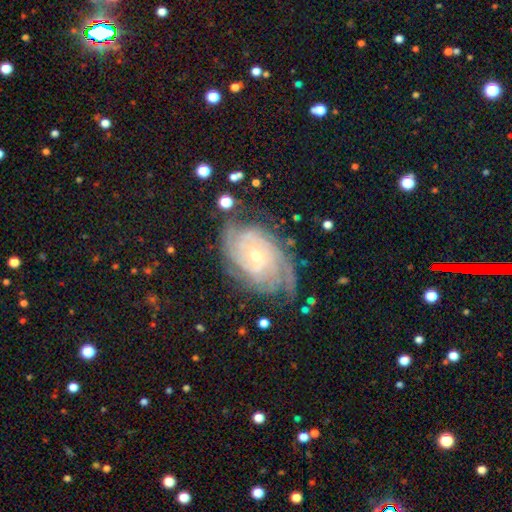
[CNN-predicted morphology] smooth_or_featured: featured or disk (p=0.88) [alt: star or artifact p=0.06]
disk_edge_on: no (p=0.96) [alt: yes p=0.04]
bar: no (p=0.63) [alt: weak p=0.29]
has_spiral_arms: yes (p=0.98) [alt: no p=0.02]
spiral_winding: tight (p=0.78) [alt: medium p=0.18]
spiral_arm_count: can't tell (p=0.28) [alt: 4 p=0.21]
bulge_size: small (p=0.62) [alt: moderate p=0.35]
merging: none (p=0.70) [alt: minor disturbance p=0.20]